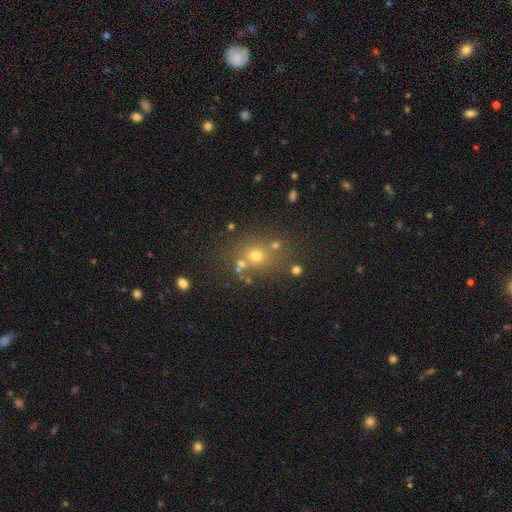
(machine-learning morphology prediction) smooth-or-featured: smooth: 61% | star or artifact: 25% | featured or disk: 14%
  how-rounded: round: 75% | in between: 24% | cigar-shaped: 1%
  merging: none: 69% | merger: 15% | minor disturbance: 11% | major disturbance: 5%